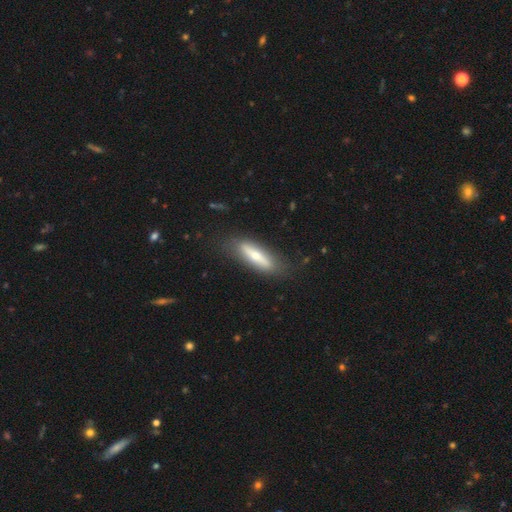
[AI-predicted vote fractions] Smooth or featured? smooth (50%)
How rounded? cigar-shaped (66%)
Merging? none (78%)